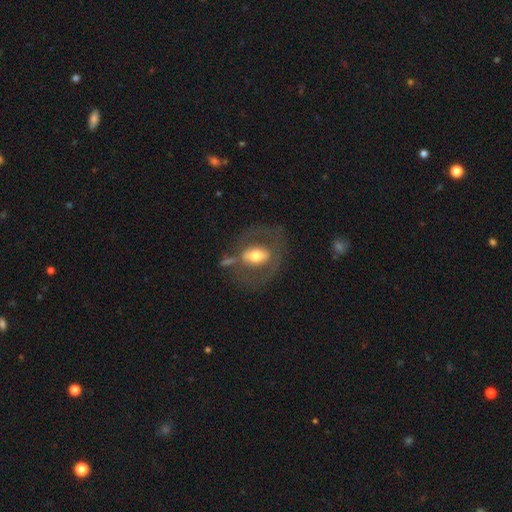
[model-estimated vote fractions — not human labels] Overall: featured or disk (57%; smooth 36%). Edge-on disk: no (89%). Bar: no (37%; strong 33%). Spiral arms: no (73%). Bulge size: moderate (63%; large 24%). Merging: none (56%; major disturbance 18%).